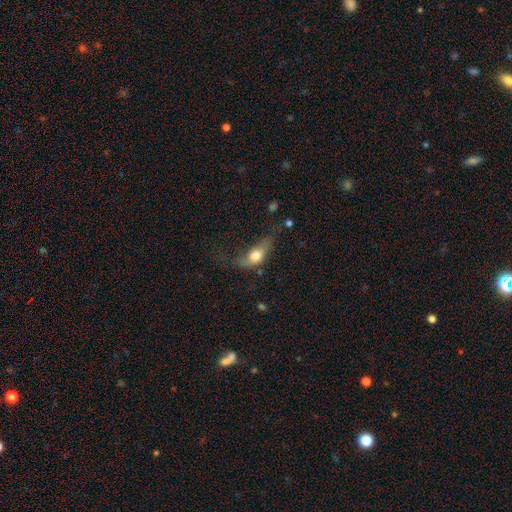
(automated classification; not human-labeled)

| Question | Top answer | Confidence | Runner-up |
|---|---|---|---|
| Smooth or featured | smooth | 67% | featured or disk (25%) |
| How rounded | in between | 73% | cigar-shaped (16%) |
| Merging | major disturbance | 34% | minor disturbance (31%) |